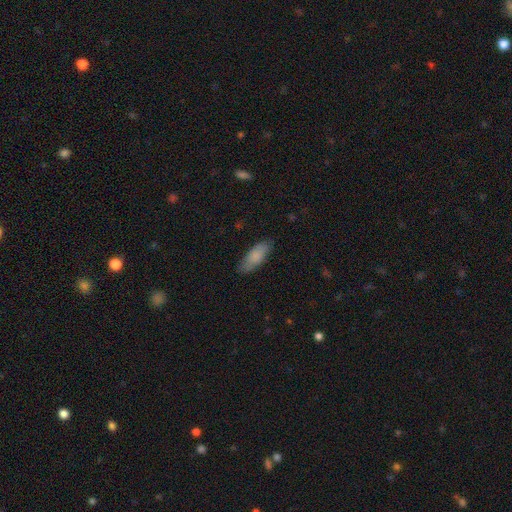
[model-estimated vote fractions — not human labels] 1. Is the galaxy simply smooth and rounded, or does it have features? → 84% smooth, 10% featured or disk, 6% star or artifact.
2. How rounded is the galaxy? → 69% in between, 30% cigar-shaped, 2% round.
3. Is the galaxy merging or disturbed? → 83% none, 14% minor disturbance, 3% major disturbance, 1% merger.